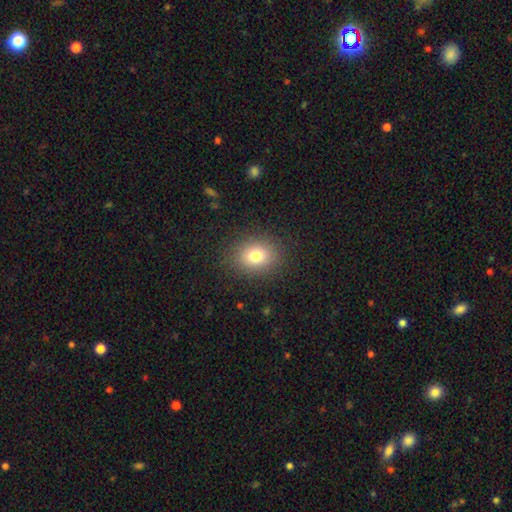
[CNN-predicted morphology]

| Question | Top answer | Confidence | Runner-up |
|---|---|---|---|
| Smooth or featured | smooth | 77% | star or artifact (13%) |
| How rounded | round | 57% | in between (42%) |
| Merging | none | 87% | minor disturbance (8%) |